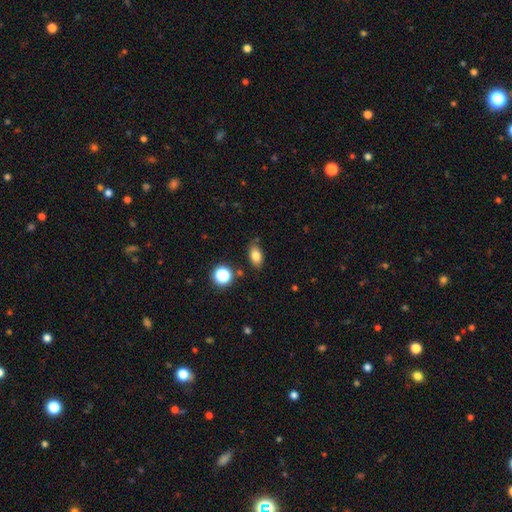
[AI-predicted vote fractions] Overall: smooth (81%). How rounded: in between (85%). Merging: none (81%).